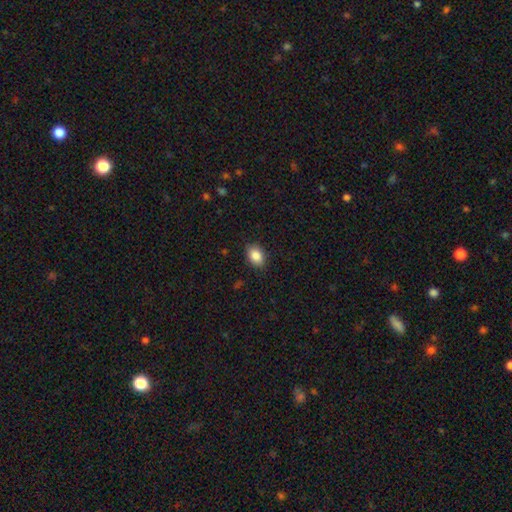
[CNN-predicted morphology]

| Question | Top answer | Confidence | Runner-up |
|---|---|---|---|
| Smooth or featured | smooth | 87% | star or artifact (8%) |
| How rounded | in between | 79% | round (20%) |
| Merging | none | 88% | minor disturbance (9%) |